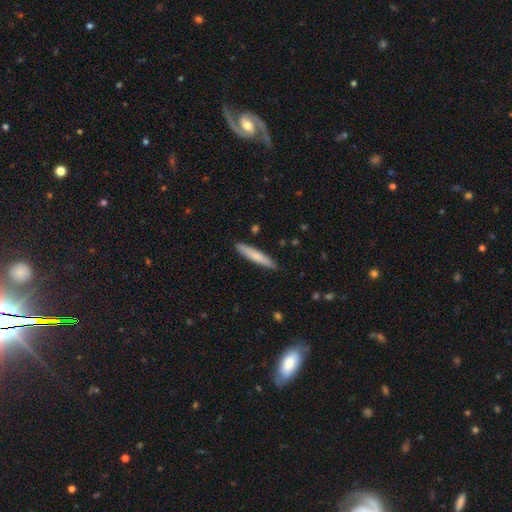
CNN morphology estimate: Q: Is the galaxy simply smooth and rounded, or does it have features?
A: smooth — 75%.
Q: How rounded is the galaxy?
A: cigar-shaped — 93%.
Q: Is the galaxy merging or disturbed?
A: none — 89%.